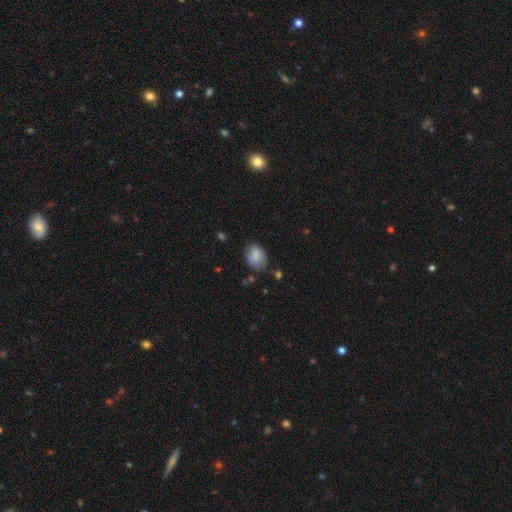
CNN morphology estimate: smooth 79%, featured or disk 13%, star or artifact 8%. Down the decision tree: how rounded — in between (73%); merging — none (63%).